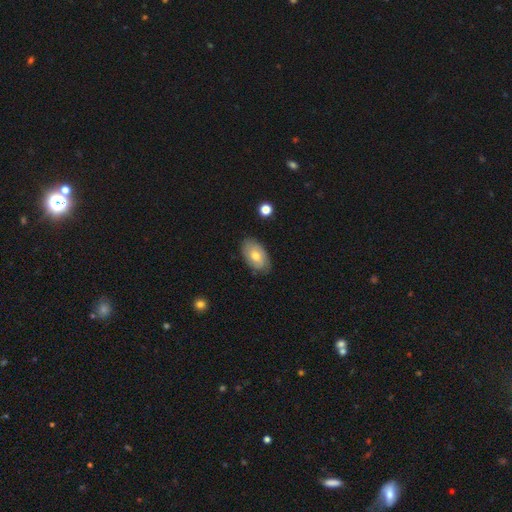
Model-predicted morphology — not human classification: Smooth or featured: smooth — 60% (featured or disk — 33%)
How rounded: in between — 93% (round — 6%)
Merging: none — 78% (minor disturbance — 17%)